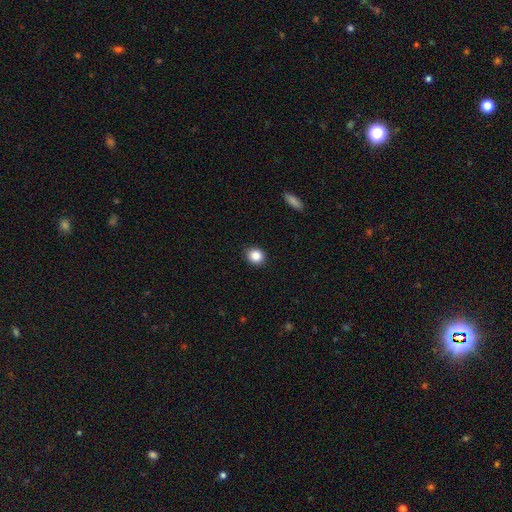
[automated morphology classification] Overall: smooth (86%). How rounded: round (82%). Merging: none (90%).